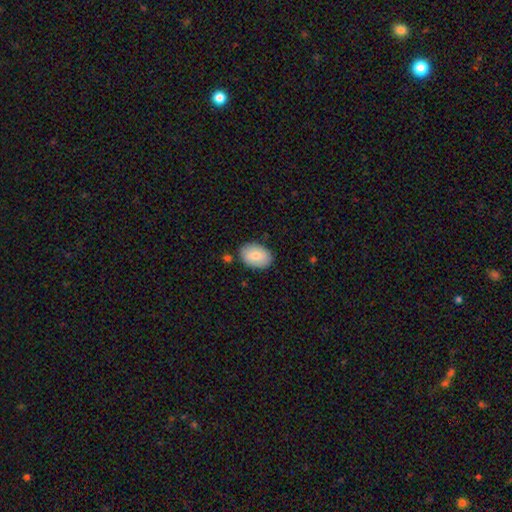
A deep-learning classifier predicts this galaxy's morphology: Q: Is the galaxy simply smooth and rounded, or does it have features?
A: smooth — 82%.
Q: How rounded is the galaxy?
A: in between — 86%.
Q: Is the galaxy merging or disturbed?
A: none — 82%.